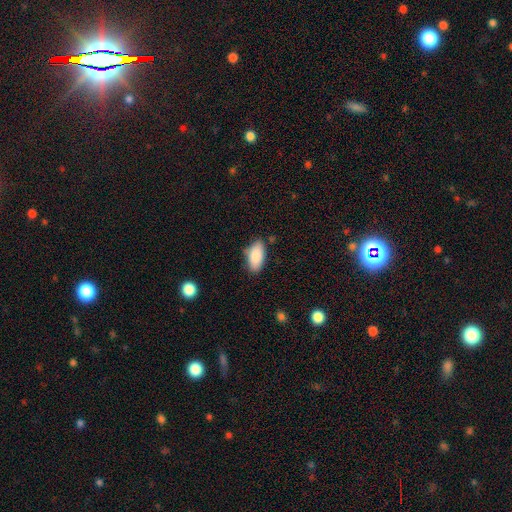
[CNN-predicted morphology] smooth 88%, star or artifact 6%, featured or disk 5%. Down the decision tree: how rounded — in between (92%); merging — none (77%).